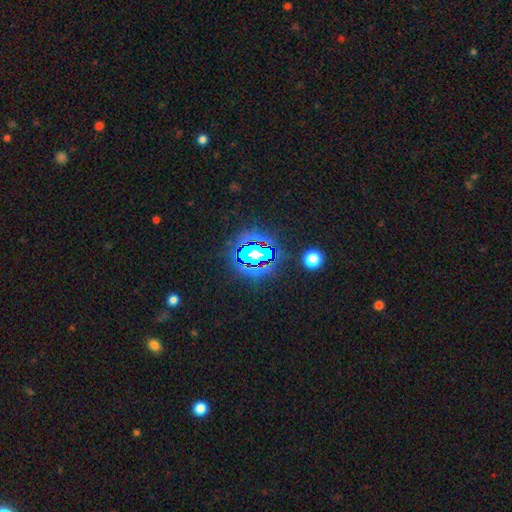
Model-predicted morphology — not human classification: This appears to be a star or artifact, not a galaxy (81%).